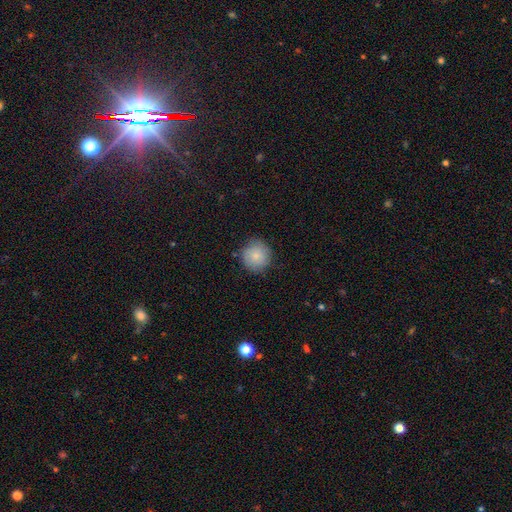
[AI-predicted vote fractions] smooth_or_featured: smooth (p=0.83) [alt: featured or disk p=0.09]
how_rounded: round (p=0.93) [alt: in between p=0.06]
merging: none (p=0.81) [alt: minor disturbance p=0.14]